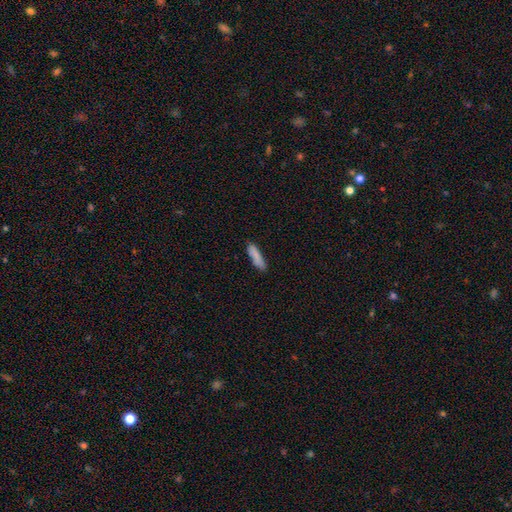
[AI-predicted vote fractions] Smooth or featured: smooth — 85% (featured or disk — 9%)
How rounded: cigar-shaped — 71% (in between — 27%)
Merging: none — 77% (minor disturbance — 17%)